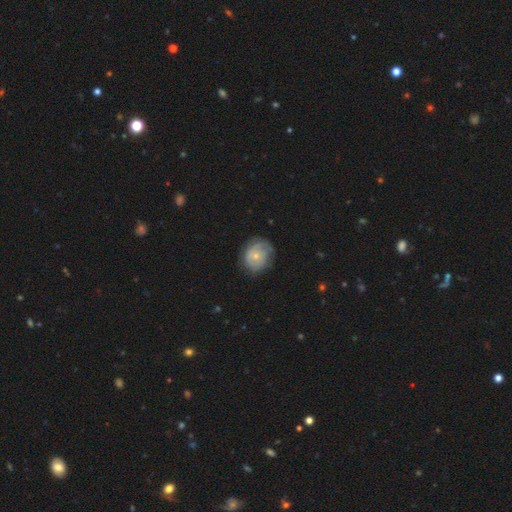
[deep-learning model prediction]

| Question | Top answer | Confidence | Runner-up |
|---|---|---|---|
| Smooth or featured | featured or disk | 60% | smooth (33%) |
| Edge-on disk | no | 97% | yes (3%) |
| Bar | no | 79% | weak (19%) |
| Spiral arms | yes | 80% | no (20%) |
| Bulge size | small | 64% | moderate (32%) |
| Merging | none | 69% | minor disturbance (22%) |